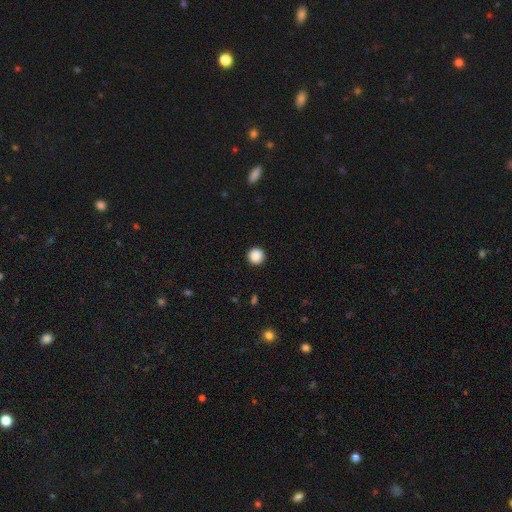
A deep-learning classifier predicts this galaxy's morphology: Overall: smooth (88%). How rounded: round (96%). Merging: none (93%).